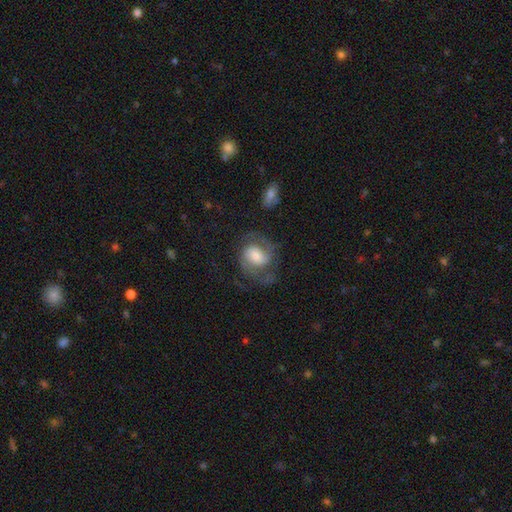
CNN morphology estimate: Smooth or featured?
  - featured or disk: 70% *
  - smooth: 22%
  - star or artifact: 8%
Edge-on disk?
  - no: 97% *
  - yes: 3%
Bar?
  - no: 49% *
  - weak: 38%
  - strong: 12%
Spiral arms?
  - yes: 91% *
  - no: 9%
Spiral winding?
  - medium: 50% *
  - tight: 30%
  - loose: 20%
Spiral arm count?
  - 2: 78% *
  - can't tell: 10%
  - 3: 5%
  - 1: 4%
  - 4: 2%
  - more than 4: 2%
Bulge size?
  - moderate: 43% *
  - small: 34%
  - large: 16%
  - none: 3%
  - dominant: 3%
Merging?
  - none: 60% *
  - major disturbance: 19%
  - minor disturbance: 18%
  - merger: 2%